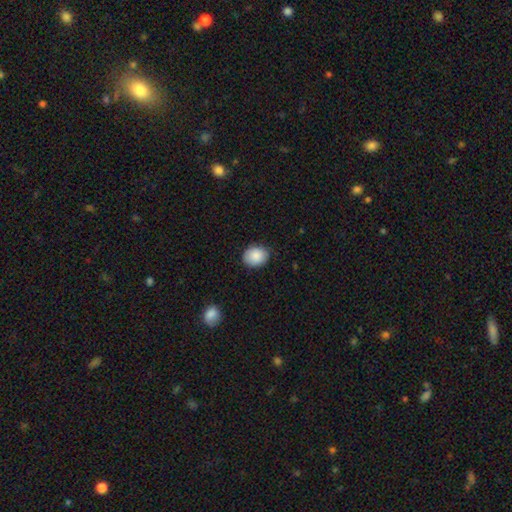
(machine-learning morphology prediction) type=smooth (88%); roundness=round (56%); merging=none (82%).